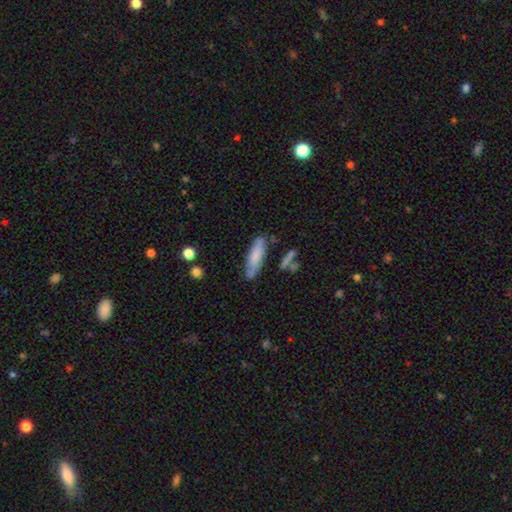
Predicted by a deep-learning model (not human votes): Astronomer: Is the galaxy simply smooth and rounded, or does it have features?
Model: smooth — 73%.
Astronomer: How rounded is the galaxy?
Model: cigar-shaped — 57% (runner-up: in between, 41%).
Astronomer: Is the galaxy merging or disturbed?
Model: none — 72%.